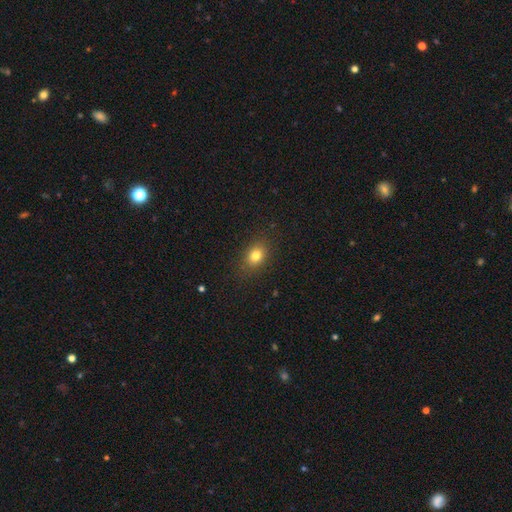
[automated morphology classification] Smooth or featured? Predicted: smooth (p=0.79). How rounded? Predicted: in between (p=0.59). Merging? Predicted: none (p=0.85).